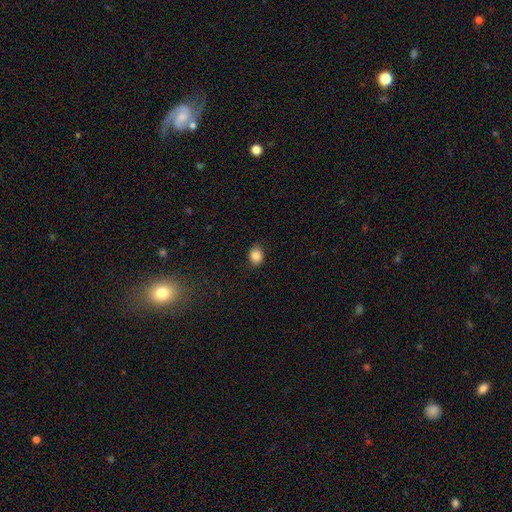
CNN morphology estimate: Smooth or featured?
  - smooth: 86% *
  - star or artifact: 10%
  - featured or disk: 4%
How rounded?
  - round: 51% *
  - in between: 48%
  - cigar-shaped: 1%
Merging?
  - none: 86% *
  - minor disturbance: 11%
  - major disturbance: 2%
  - merger: 1%